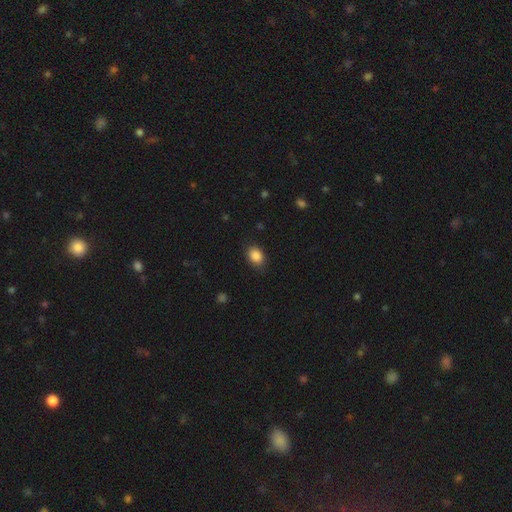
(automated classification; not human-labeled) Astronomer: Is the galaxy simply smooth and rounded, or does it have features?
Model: smooth — 87%.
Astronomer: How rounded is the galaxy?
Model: in between — 67%.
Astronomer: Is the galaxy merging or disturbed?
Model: none — 83%.